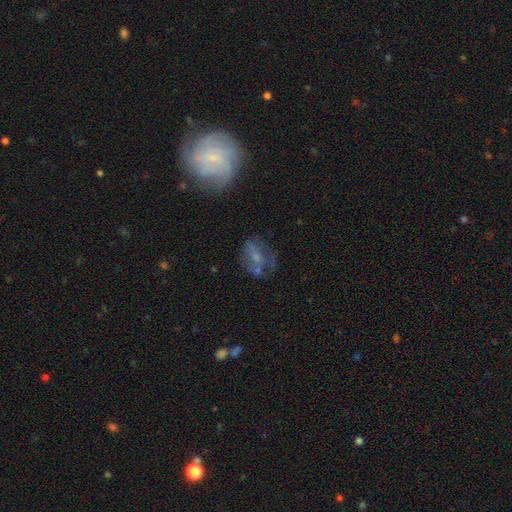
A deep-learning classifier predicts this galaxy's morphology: A smooth galaxy with no disk features (44%). Merging: none (43%).